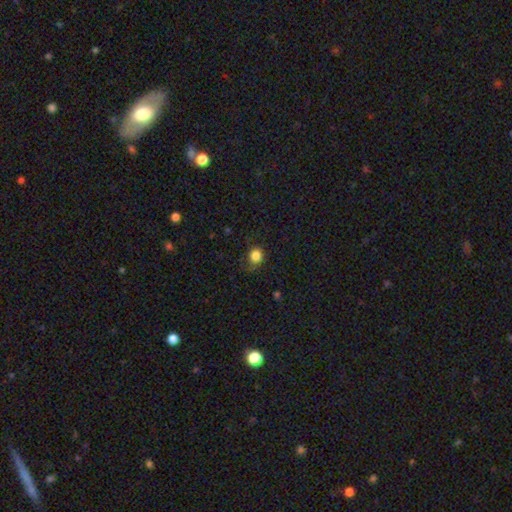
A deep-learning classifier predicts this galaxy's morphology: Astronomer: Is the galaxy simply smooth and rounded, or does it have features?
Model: smooth — 83%.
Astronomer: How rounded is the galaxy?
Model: round — 81%.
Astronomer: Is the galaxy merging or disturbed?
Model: none — 68%.